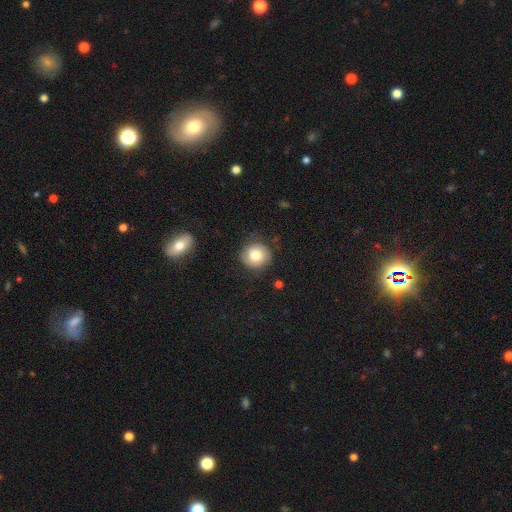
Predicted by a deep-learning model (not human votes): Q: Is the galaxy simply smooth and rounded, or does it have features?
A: smooth — 71%.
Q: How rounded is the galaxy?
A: round — 90%.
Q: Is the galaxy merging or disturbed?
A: none — 81%.